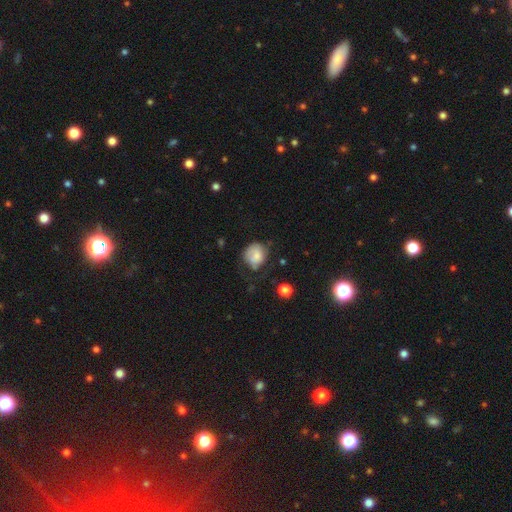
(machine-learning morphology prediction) smooth-or-featured: smooth: 72% | featured or disk: 20% | star or artifact: 9%
  how-rounded: round: 71% | in between: 28% | cigar-shaped: 1%
  merging: none: 45% | minor disturbance: 33% | major disturbance: 16% | merger: 5%